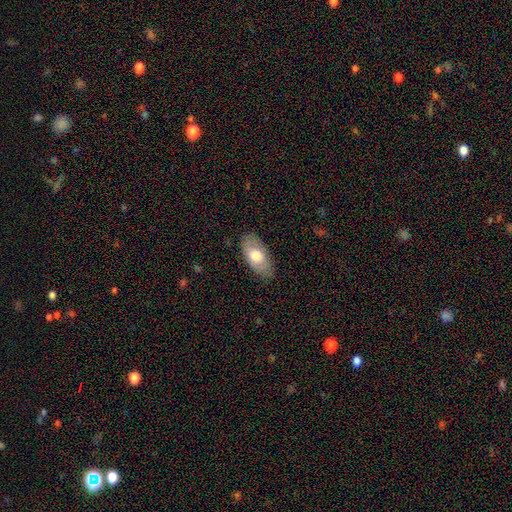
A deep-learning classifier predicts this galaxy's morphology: Q: Smooth or featured?
A: smooth (69%); runner-up: featured or disk (26%)
Q: How rounded?
A: in between (92%); runner-up: cigar-shaped (5%)
Q: Merging?
A: none (81%); runner-up: minor disturbance (14%)